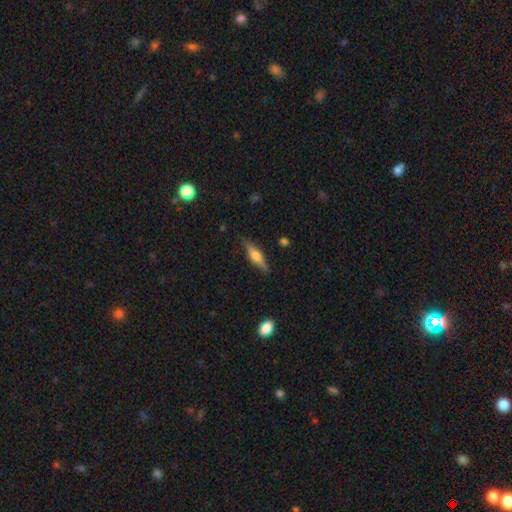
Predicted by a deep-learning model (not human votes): This is possibly a smooth galaxy (48%). Merging: clearly none (85%).